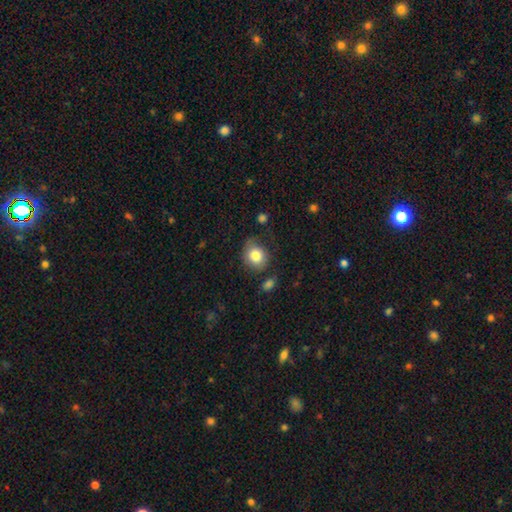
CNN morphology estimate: Smooth or featured? Predicted: smooth (p=0.81). How rounded? Predicted: round (p=0.70). Merging? Predicted: none (p=0.64).